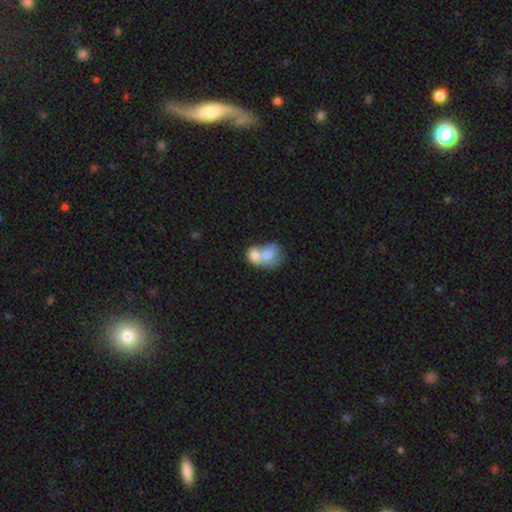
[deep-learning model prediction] The model was most divided on "how rounded": in between: 61%, round: 38%, cigar-shaped: 1%. More confident: merging — merger (75%); smooth or featured — smooth (66%).